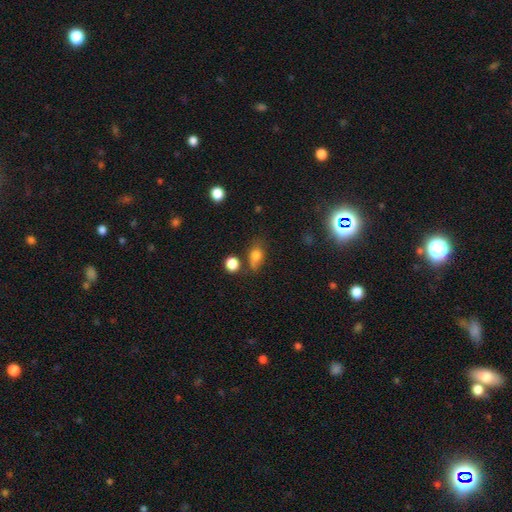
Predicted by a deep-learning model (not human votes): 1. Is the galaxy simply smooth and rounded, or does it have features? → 78% smooth, 12% star or artifact, 10% featured or disk.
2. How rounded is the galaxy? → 68% in between, 28% round, 4% cigar-shaped.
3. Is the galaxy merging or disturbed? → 53% none, 26% minor disturbance, 12% merger, 10% major disturbance.